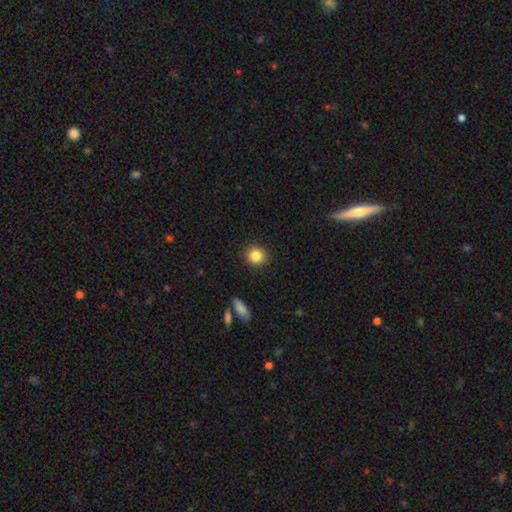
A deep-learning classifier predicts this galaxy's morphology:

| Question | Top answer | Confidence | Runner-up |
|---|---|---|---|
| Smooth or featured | smooth | 85% | star or artifact (10%) |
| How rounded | round | 89% | in between (10%) |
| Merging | none | 91% | minor disturbance (6%) |